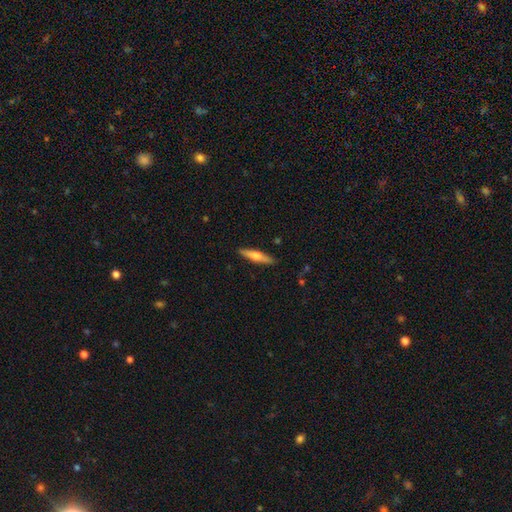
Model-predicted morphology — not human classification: Smooth or featured: smooth — 49% (featured or disk — 45%)
Merging: none — 90% (minor disturbance — 7%)